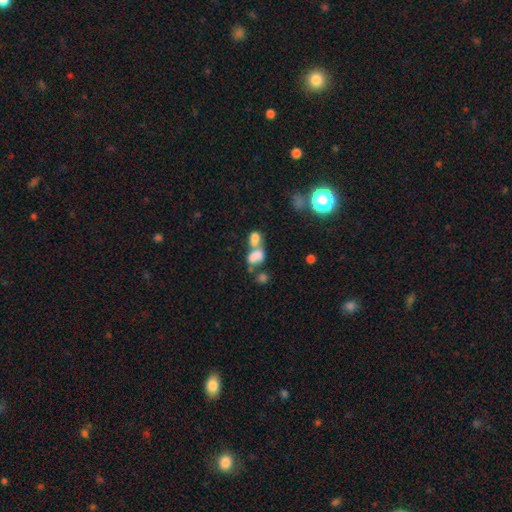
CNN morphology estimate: A smooth galaxy with no disk features (71%) that is in between round and cigar-shaped (76%).

Vote fractions:
- Smooth or featured? smooth: 71% / featured or disk: 17% / star or artifact: 12%
- How rounded? in between: 76% / round: 22% / cigar-shaped: 2%
- Merging? merger: 69% / none: 17% / minor disturbance: 7% / major disturbance: 6%